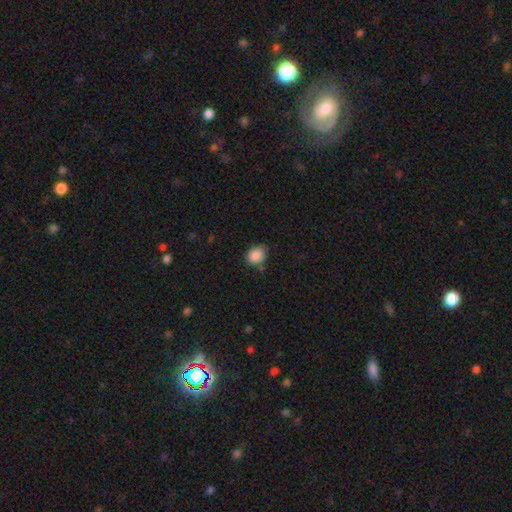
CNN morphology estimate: The model was most divided on "how rounded": round: 57%, in between: 42%, cigar-shaped: 1%. More confident: smooth or featured — smooth (88%); merging — none (73%).